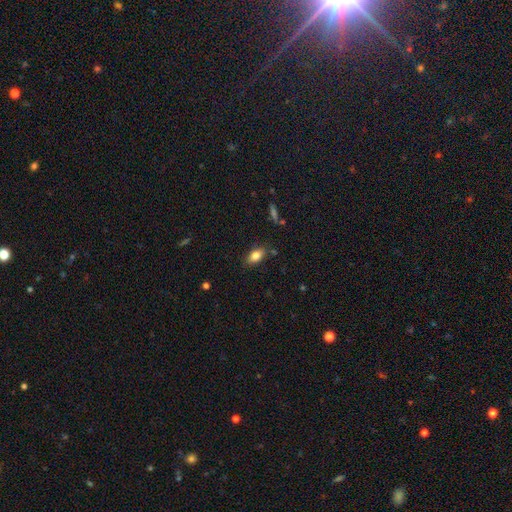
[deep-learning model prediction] A smooth galaxy with no disk features (82%) that is in between round and cigar-shaped (88%).

Vote fractions:
- Smooth or featured? smooth: 82% / featured or disk: 10% / star or artifact: 8%
- How rounded? in between: 88% / round: 6% / cigar-shaped: 6%
- Merging? none: 81% / minor disturbance: 13% / merger: 3% / major disturbance: 3%